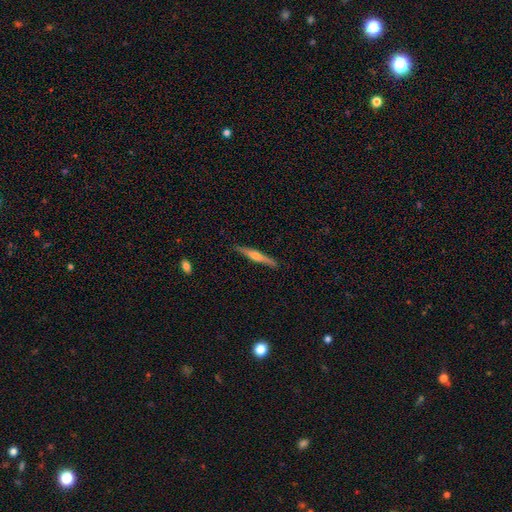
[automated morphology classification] Smooth or featured?
  - featured or disk: 66% *
  - smooth: 28%
  - star or artifact: 6%
Edge-on disk?
  - yes: 98% *
  - no: 2%
Edge-on bulge?
  - rounded: 83% *
  - none: 9%
  - boxy: 8%
Merging?
  - none: 89% *
  - minor disturbance: 8%
  - major disturbance: 2%
  - merger: 1%